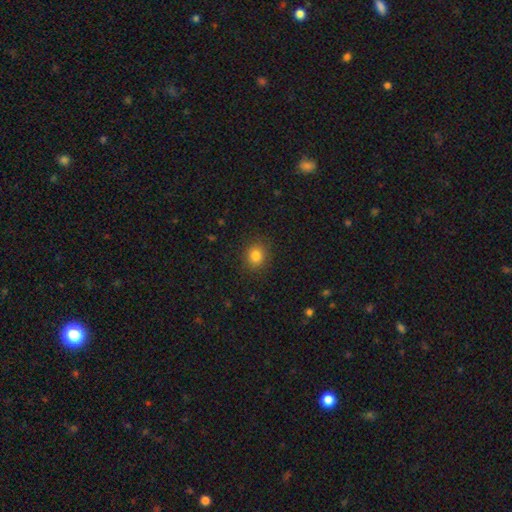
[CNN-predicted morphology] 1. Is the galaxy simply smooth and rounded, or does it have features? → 83% smooth, 12% star or artifact, 6% featured or disk.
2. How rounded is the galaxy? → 78% round, 21% in between, 1% cigar-shaped.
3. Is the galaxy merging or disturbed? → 89% none, 8% minor disturbance, 3% major disturbance, 1% merger.